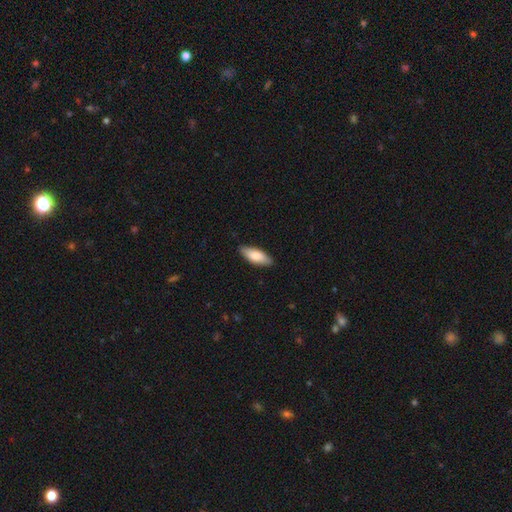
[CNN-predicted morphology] Smooth or featured?
  - smooth: 81% *
  - featured or disk: 14%
  - star or artifact: 5%
How rounded?
  - in between: 74% *
  - cigar-shaped: 25%
  - round: 2%
Merging?
  - none: 86% *
  - minor disturbance: 11%
  - major disturbance: 2%
  - merger: 1%